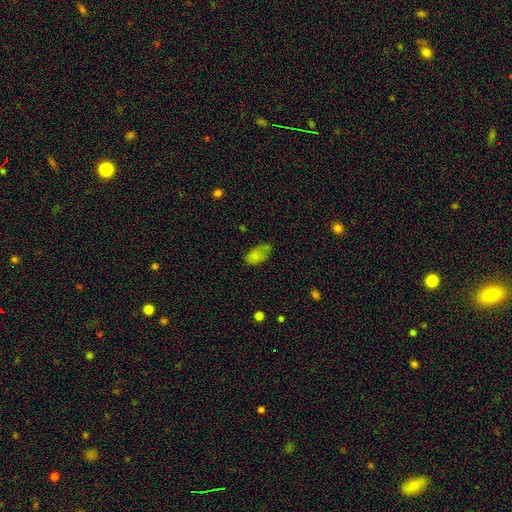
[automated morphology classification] Smooth or featured? smooth (77%)
How rounded? in between (91%)
Merging? none (46%)